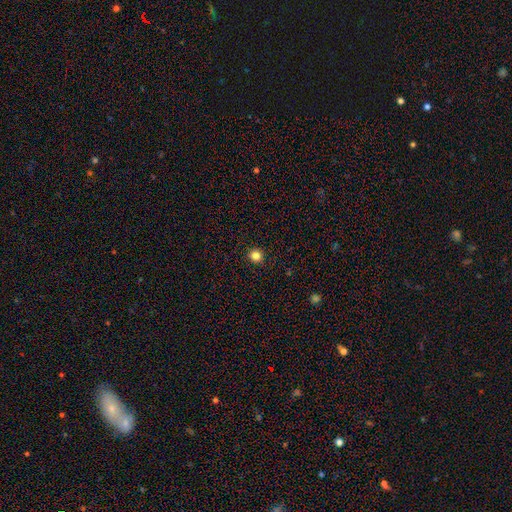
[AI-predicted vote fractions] This appears to be a smooth galaxy with no disk features (83%) that is round (93%). Merging: none (93%).